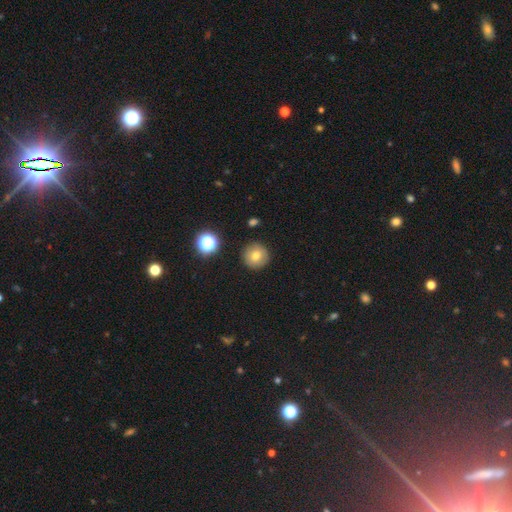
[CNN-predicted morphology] The model was most divided on "smooth or featured": smooth: 75%, featured or disk: 13%, star or artifact: 12%. More confident: how rounded — round (95%); merging — none (89%).